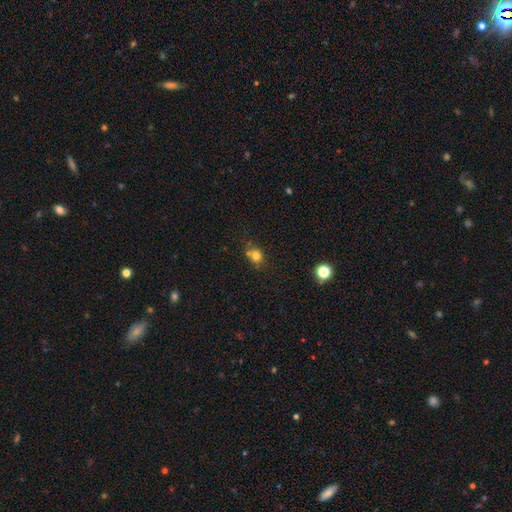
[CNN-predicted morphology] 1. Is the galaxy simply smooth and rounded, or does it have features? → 76% smooth, 15% star or artifact, 10% featured or disk.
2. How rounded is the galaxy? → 70% round, 29% in between, 1% cigar-shaped.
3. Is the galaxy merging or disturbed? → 58% none, 21% merger, 16% minor disturbance, 5% major disturbance.